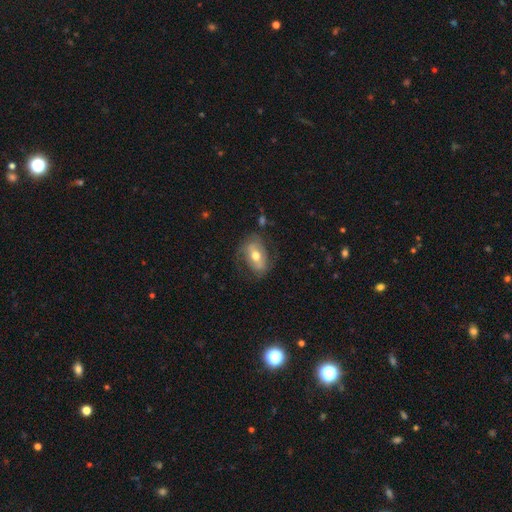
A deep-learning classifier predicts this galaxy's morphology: A featured or disk galaxy (50%). Merging: none (62%).